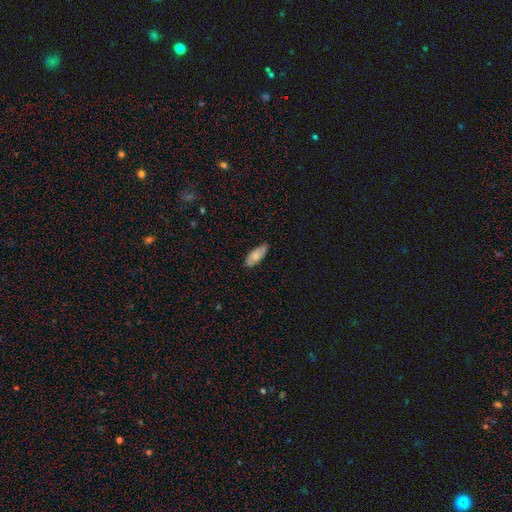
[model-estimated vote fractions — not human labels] Overall: smooth (69%). How rounded: in between (82%). Merging: none (77%).